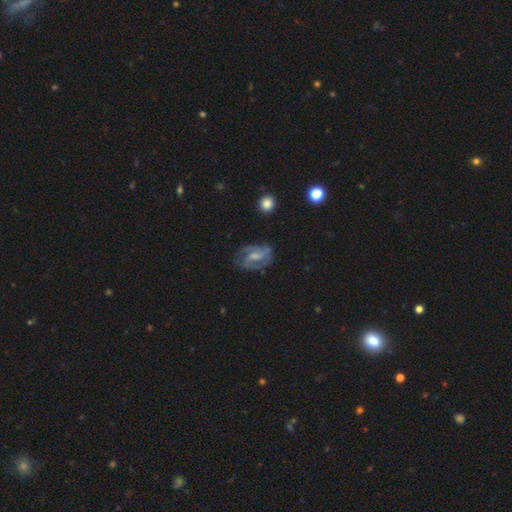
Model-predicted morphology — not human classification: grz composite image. It shows a featured or disk galaxy (75%) with a weak bar (49%), 2 (49%) medium (50%) spiral arms (91%) and a moderate central bulge (41%). Merging: none (64%).